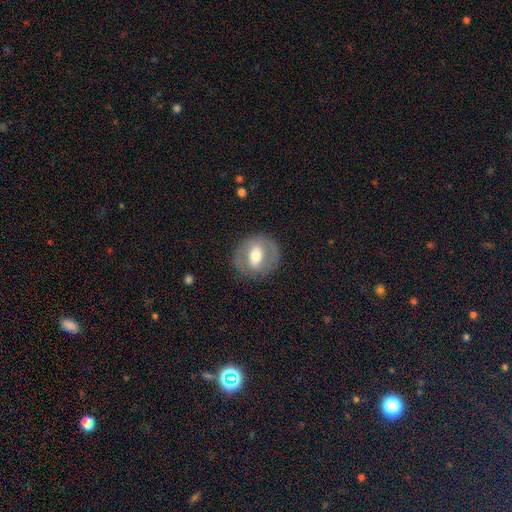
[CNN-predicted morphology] Q: Smooth or featured?
A: featured or disk (52%); runner-up: smooth (41%)
Q: Edge-on disk?
A: no (93%); runner-up: yes (7%)
Q: Merging?
A: none (82%); runner-up: minor disturbance (11%)